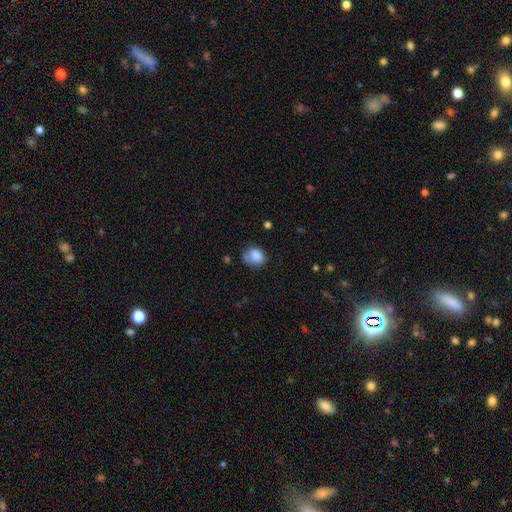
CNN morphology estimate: Smooth or featured?
  - smooth: 82% *
  - star or artifact: 9%
  - featured or disk: 9%
How rounded?
  - in between: 50% *
  - round: 49%
  - cigar-shaped: 1%
Merging?
  - none: 53% *
  - minor disturbance: 31%
  - major disturbance: 12%
  - merger: 5%